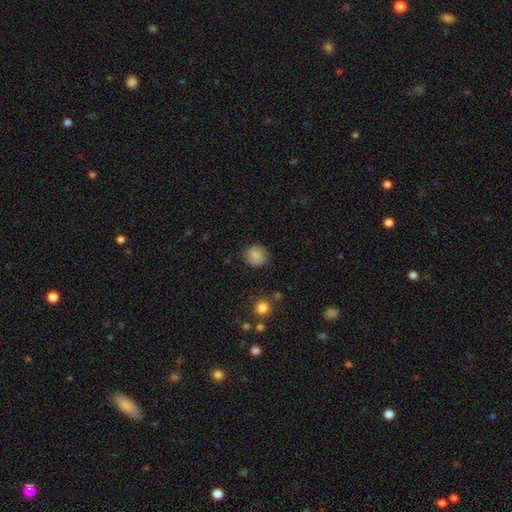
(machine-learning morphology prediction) Smooth or featured?
  - smooth: 80% *
  - featured or disk: 12%
  - star or artifact: 8%
How rounded?
  - round: 85% *
  - in between: 14%
  - cigar-shaped: 1%
Merging?
  - none: 81% *
  - minor disturbance: 14%
  - major disturbance: 4%
  - merger: 1%